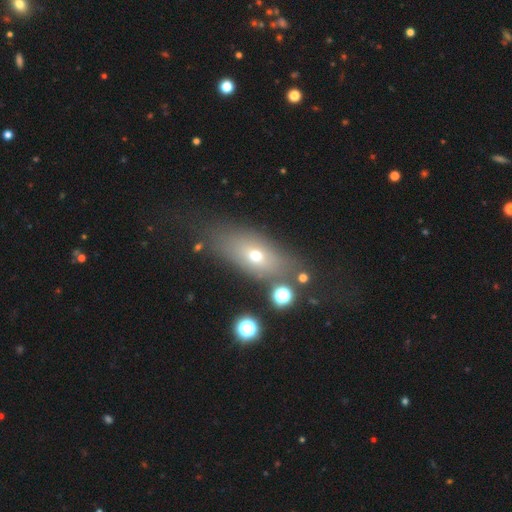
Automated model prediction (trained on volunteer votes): This is likely a smooth galaxy (60%). How rounded: likely in between (69%). Merging: likely none (71%).